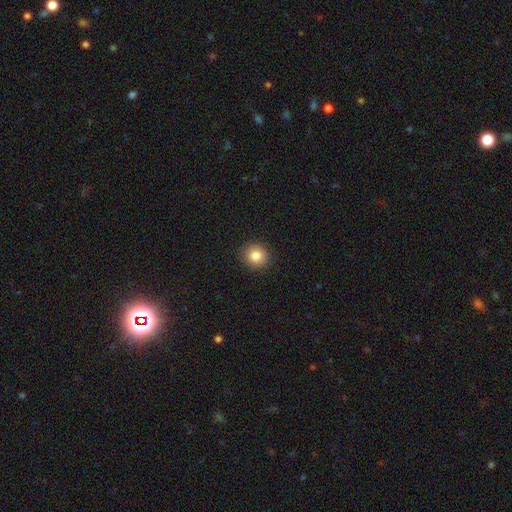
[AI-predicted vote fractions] The model was most divided on "smooth or featured": smooth: 83%, star or artifact: 10%, featured or disk: 7%. More confident: merging — none (91%); how rounded — round (87%).